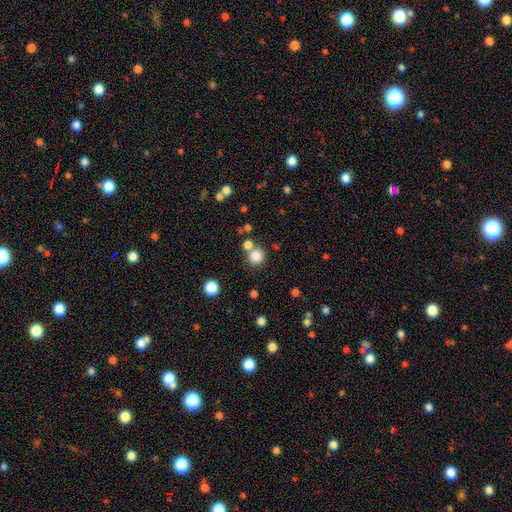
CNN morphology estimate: Smooth or featured: smooth — 82% (star or artifact — 13%)
How rounded: round — 92% (in between — 7%)
Merging: none — 69% (merger — 19%)